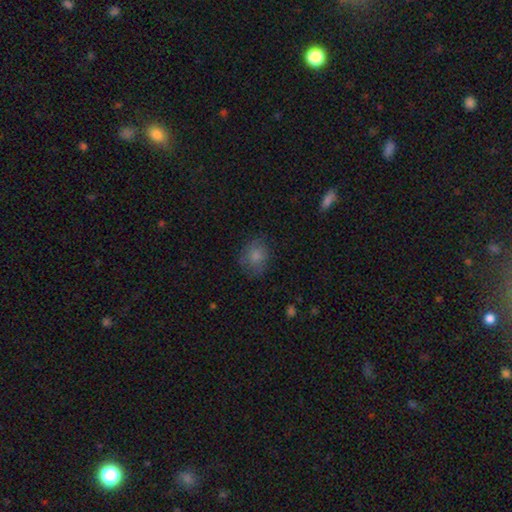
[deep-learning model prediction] smooth_or_featured: smooth (p=0.79) [alt: featured or disk p=0.11]
how_rounded: round (p=0.59) [alt: in between p=0.40]
merging: none (p=0.71) [alt: minor disturbance p=0.21]